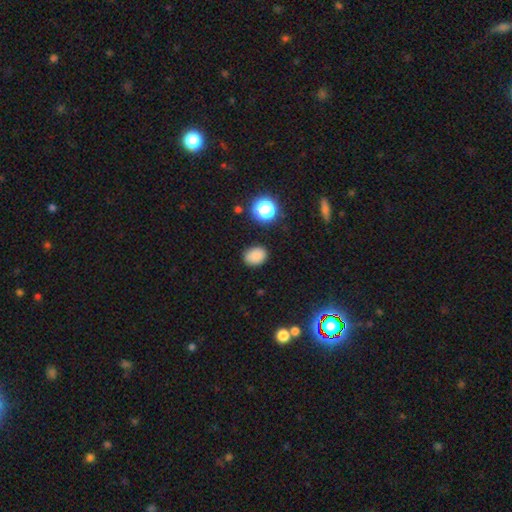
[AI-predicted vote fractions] Smooth or featured?
  - smooth: 83% *
  - star or artifact: 13%
  - featured or disk: 4%
How rounded?
  - in between: 69% *
  - round: 30%
  - cigar-shaped: 1%
Merging?
  - none: 84% *
  - minor disturbance: 11%
  - major disturbance: 3%
  - merger: 2%